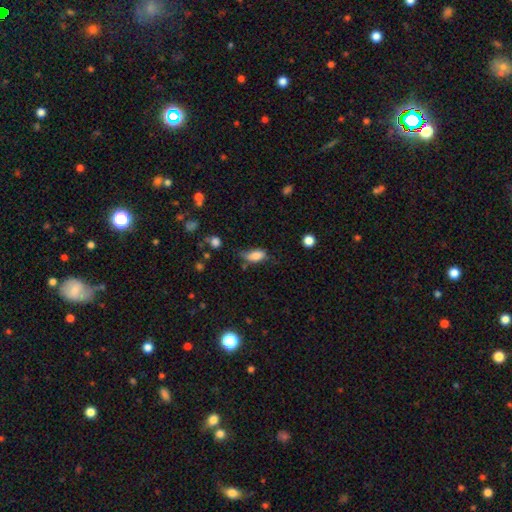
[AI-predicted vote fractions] Smooth or featured: smooth — 80% (featured or disk — 11%)
How rounded: in between — 87% (cigar-shaped — 7%)
Merging: none — 42% (minor disturbance — 40%)